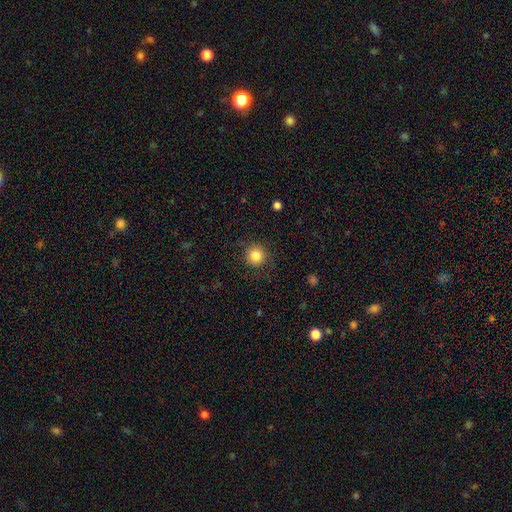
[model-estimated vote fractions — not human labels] Q: Smooth or featured?
A: smooth (84%); runner-up: star or artifact (11%)
Q: How rounded?
A: round (94%); runner-up: in between (5%)
Q: Merging?
A: none (87%); runner-up: minor disturbance (9%)